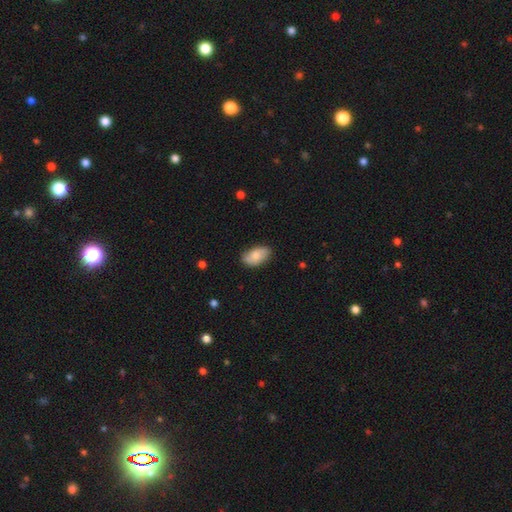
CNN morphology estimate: smooth-or-featured: smooth: 72% | featured or disk: 21% | star or artifact: 7%
  how-rounded: in between: 93% | round: 5% | cigar-shaped: 2%
  merging: none: 78% | minor disturbance: 17% | major disturbance: 3% | merger: 1%